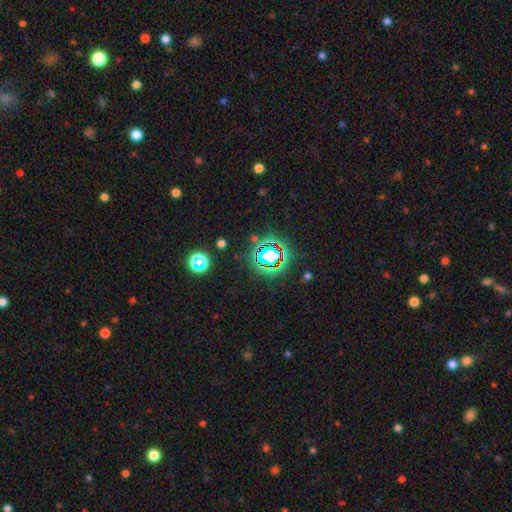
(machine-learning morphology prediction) This is likely a star or artifact rather than a galaxy (75%).